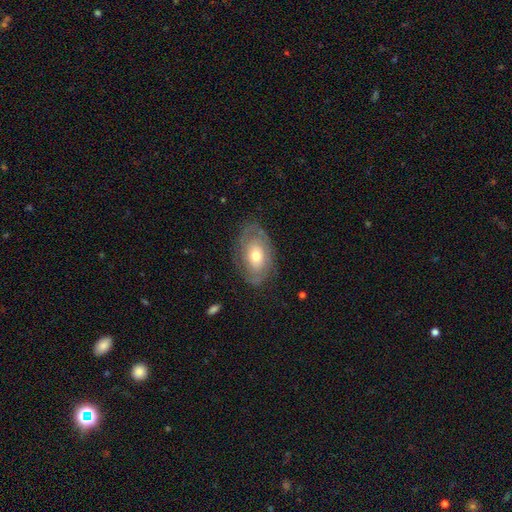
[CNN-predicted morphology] type=featured or disk (66%); edge-on=no (93%); bar=no (80%); spiral arms=yes (70%); bulge=moderate (66%); merging=none (75%).